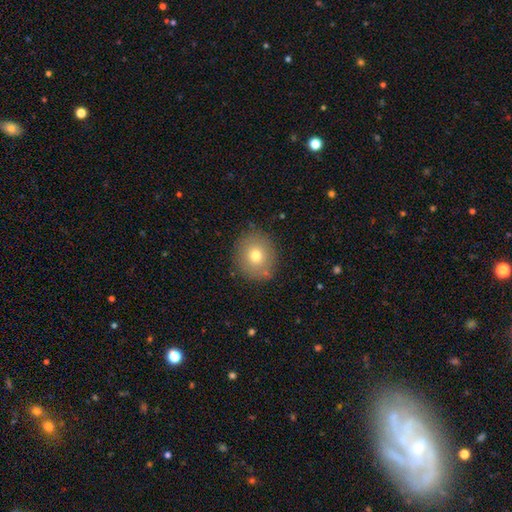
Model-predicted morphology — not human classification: type=smooth (73%); roundness=round (80%); merging=none (84%).